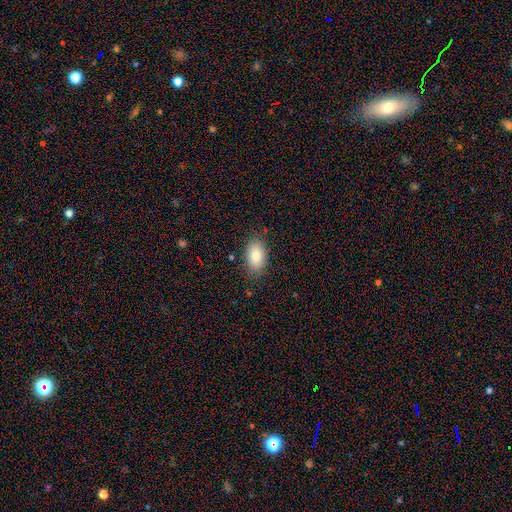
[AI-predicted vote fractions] Q: Smooth or featured?
A: smooth (83%); runner-up: featured or disk (9%)
Q: How rounded?
A: in between (92%); runner-up: round (6%)
Q: Merging?
A: none (82%); runner-up: minor disturbance (14%)